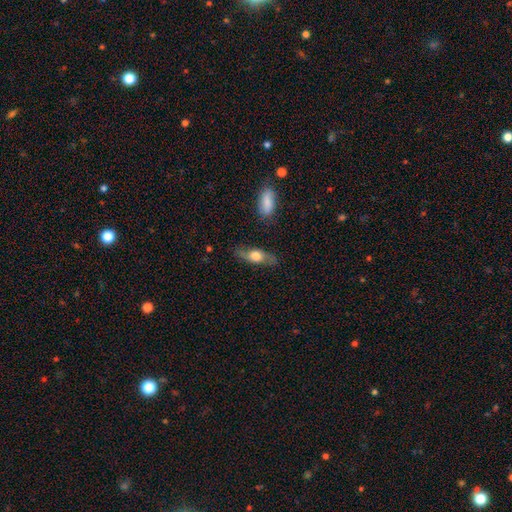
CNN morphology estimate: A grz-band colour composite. It shows a smooth galaxy with no disk features (50%) that is in between round and cigar-shaped (59%). Merging: none (77%).